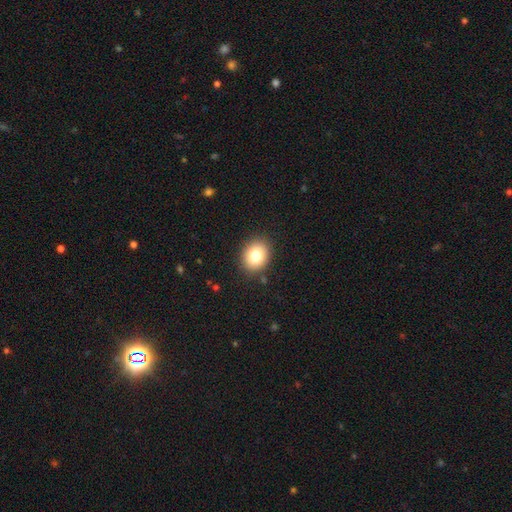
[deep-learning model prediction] Smooth or featured?
  - smooth: 80% *
  - featured or disk: 10%
  - star or artifact: 10%
How rounded?
  - round: 52% *
  - in between: 47%
  - cigar-shaped: 1%
Merging?
  - none: 88% *
  - minor disturbance: 8%
  - major disturbance: 2%
  - merger: 1%